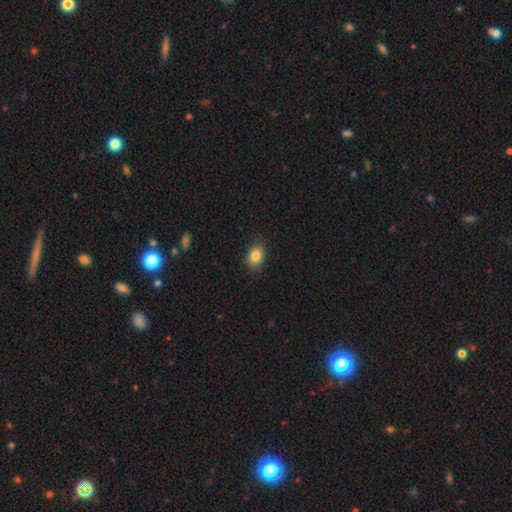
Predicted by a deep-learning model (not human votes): Smooth or featured? smooth (85%)
How rounded? in between (72%)
Merging? none (87%)